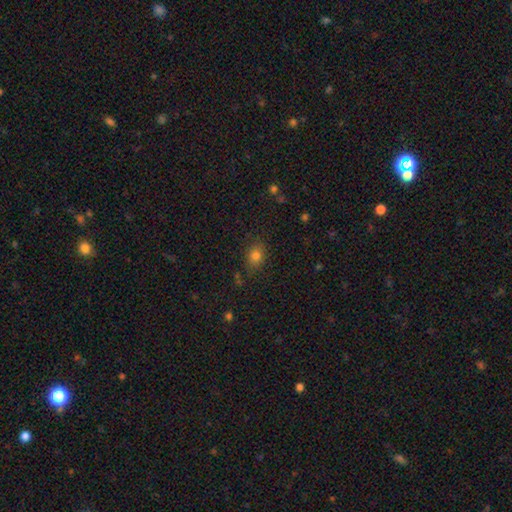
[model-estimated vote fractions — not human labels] smooth 79%, star or artifact 14%, featured or disk 7%. Down the decision tree: how rounded — in between (54%); merging — none (80%).